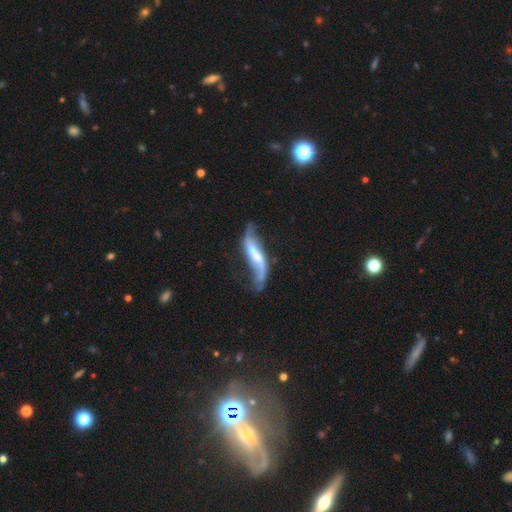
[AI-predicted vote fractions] smooth-or-featured: featured or disk: 77% | smooth: 16% | star or artifact: 7%
  disk-edge-on: no: 76% | yes: 24%
    bar: strong: 36% (tied) | weak: 36% (tied) | no: 28%
    has-spiral-arms: yes: 87% | no: 13%
      spiral-winding: loose: 86% | medium: 10% | tight: 4%
      spiral-arm-count: 2: 84% | 1: 7% | can't tell: 6% | 3: 1% | 4: 1% | more than 4: 1%
    bulge-size: small: 48% | moderate: 33% | none: 13% | large: 4% | dominant: 2%
  merging: none: 45% | minor disturbance: 25% | major disturbance: 22% | merger: 9%